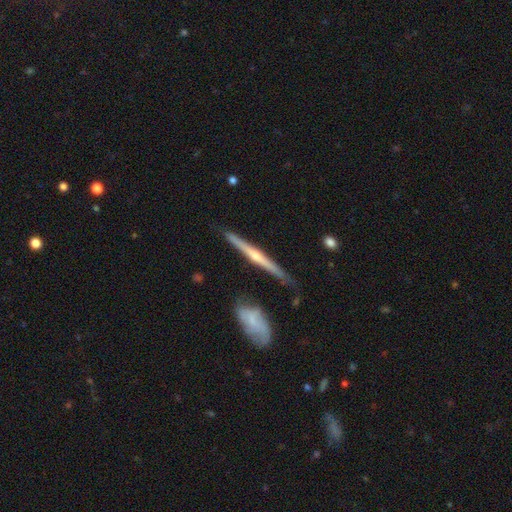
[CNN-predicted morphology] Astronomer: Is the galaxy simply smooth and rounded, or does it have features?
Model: featured or disk — 77%.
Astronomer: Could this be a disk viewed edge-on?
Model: yes — 97%.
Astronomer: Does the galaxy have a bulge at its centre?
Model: rounded — 82%.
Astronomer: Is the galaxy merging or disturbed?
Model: none — 84%.